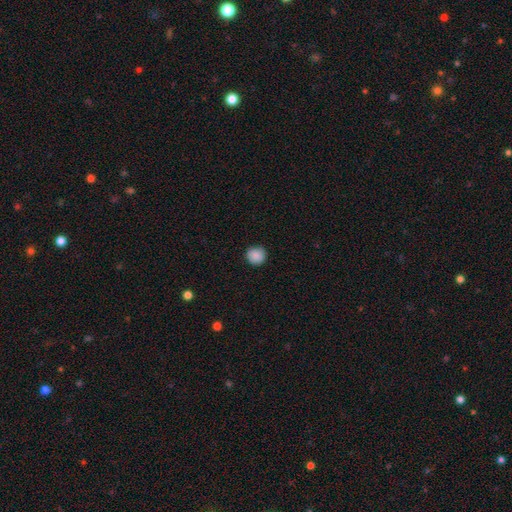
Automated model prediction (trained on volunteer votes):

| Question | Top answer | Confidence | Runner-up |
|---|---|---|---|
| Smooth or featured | smooth | 88% | star or artifact (8%) |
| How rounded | round | 93% | in between (6%) |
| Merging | none | 91% | minor disturbance (7%) |